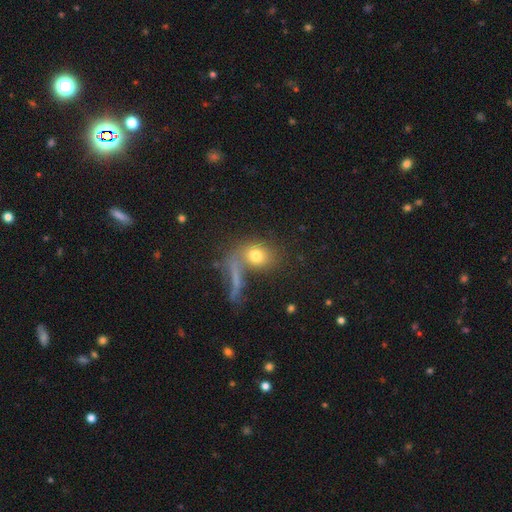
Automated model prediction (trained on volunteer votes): Smooth or featured? smooth (73%)
How rounded? round (55%)
Merging? none (51%)